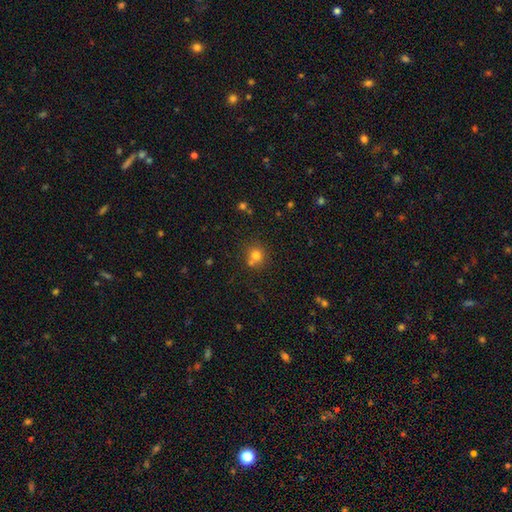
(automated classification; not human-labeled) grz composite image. It shows a smooth galaxy with no disk features (77%) that is round (87%). Merging: none (65%).